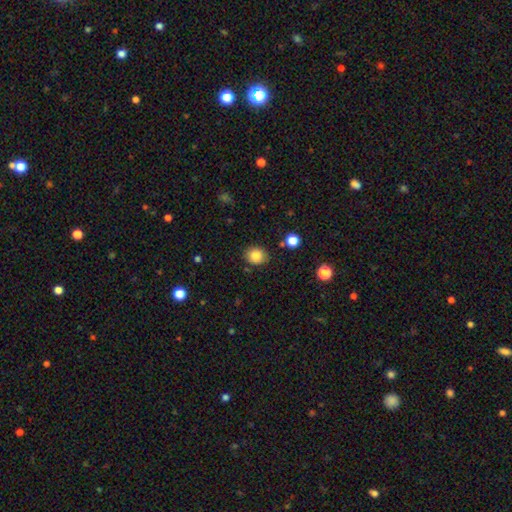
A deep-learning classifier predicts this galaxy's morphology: Smooth or featured?
  - smooth: 83% *
  - star or artifact: 10%
  - featured or disk: 6%
How rounded?
  - round: 70% *
  - in between: 29%
  - cigar-shaped: 1%
Merging?
  - none: 85% *
  - minor disturbance: 10%
  - merger: 3%
  - major disturbance: 2%